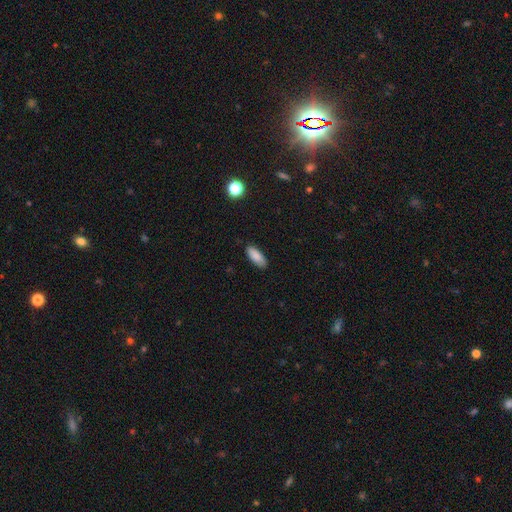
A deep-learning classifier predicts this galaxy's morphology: smooth_or_featured: smooth (p=0.87) [alt: star or artifact p=0.07]
how_rounded: in between (p=0.78) [alt: cigar-shaped p=0.20]
merging: none (p=0.87) [alt: minor disturbance p=0.10]